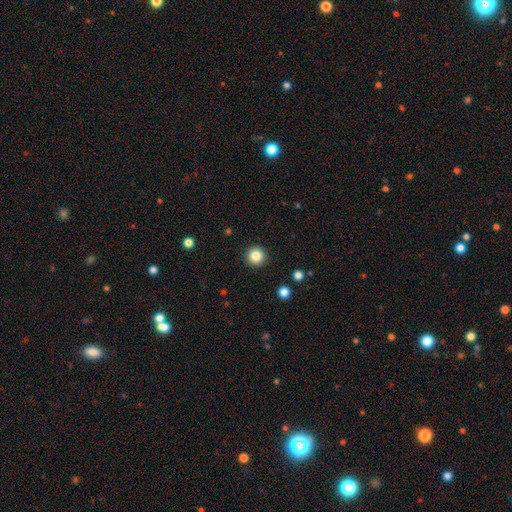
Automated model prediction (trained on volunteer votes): Smooth or featured? smooth (84%)
How rounded? round (96%)
Merging? none (92%)